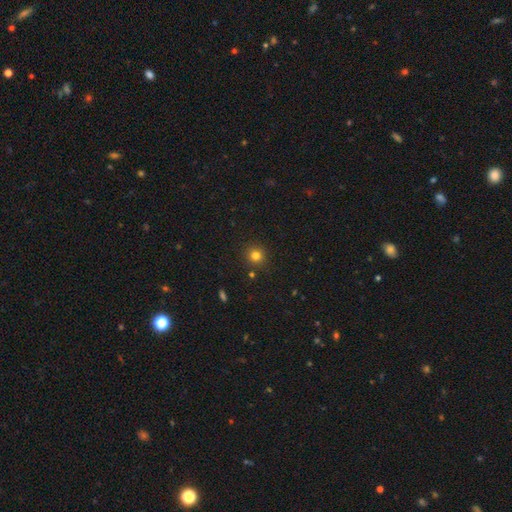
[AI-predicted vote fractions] smooth_or_featured: smooth (p=0.78) [alt: star or artifact p=0.16]
how_rounded: round (p=0.93) [alt: in between p=0.06]
merging: none (p=0.88) [alt: minor disturbance p=0.07]